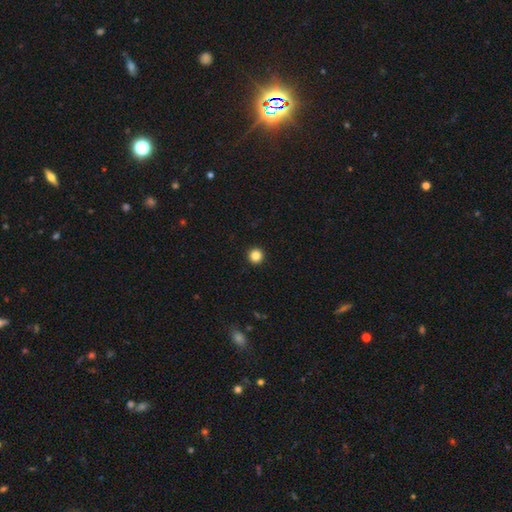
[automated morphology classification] This appears to be a smooth galaxy with no disk features (85%) that is round (96%). Merging: none (94%).